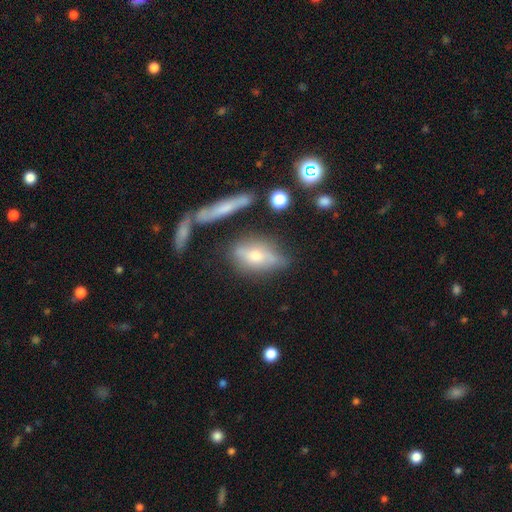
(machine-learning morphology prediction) Smooth or featured? Predicted: smooth (p=0.45). Merging? Predicted: none (p=0.61).